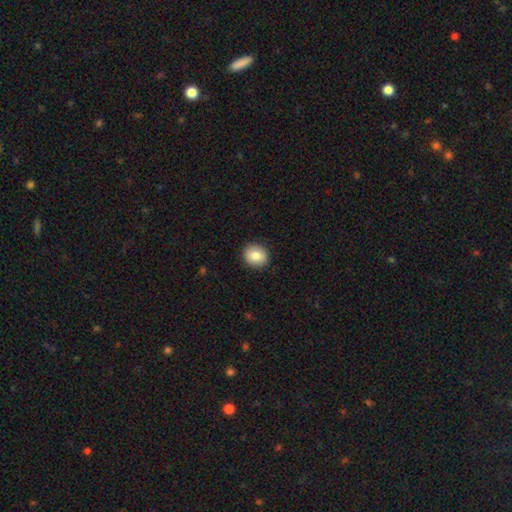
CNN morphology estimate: Smooth or featured?
  - smooth: 83% *
  - featured or disk: 9%
  - star or artifact: 8%
How rounded?
  - round: 74% *
  - in between: 25%
  - cigar-shaped: 1%
Merging?
  - none: 90% *
  - minor disturbance: 7%
  - major disturbance: 2%
  - merger: 1%